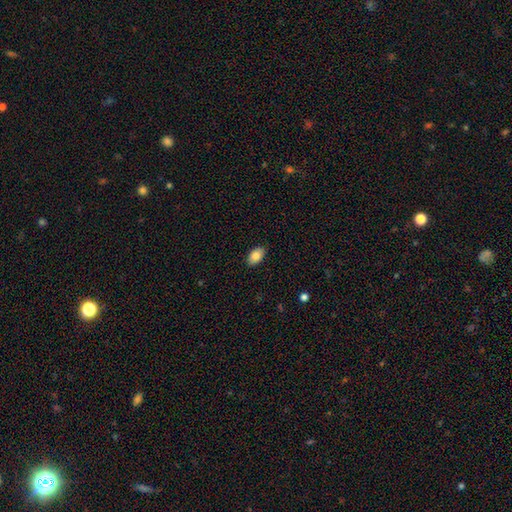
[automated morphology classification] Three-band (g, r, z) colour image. It shows a smooth galaxy with no disk features (85%) that is in between round and cigar-shaped (92%). Merging: none (88%).